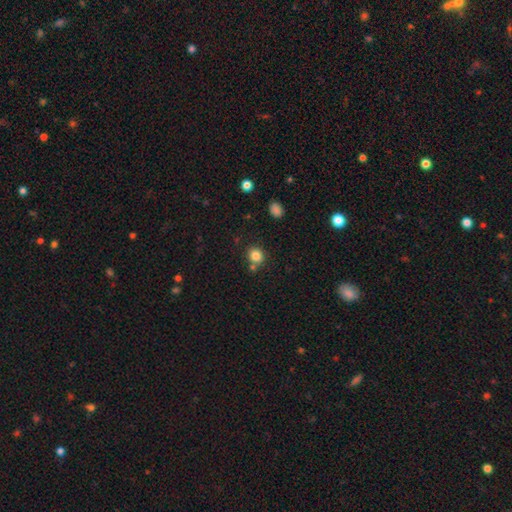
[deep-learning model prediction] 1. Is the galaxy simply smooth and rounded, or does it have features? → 83% smooth, 12% star or artifact, 6% featured or disk.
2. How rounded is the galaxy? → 81% round, 18% in between, 1% cigar-shaped.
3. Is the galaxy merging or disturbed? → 71% none, 16% merger, 10% minor disturbance, 3% major disturbance.